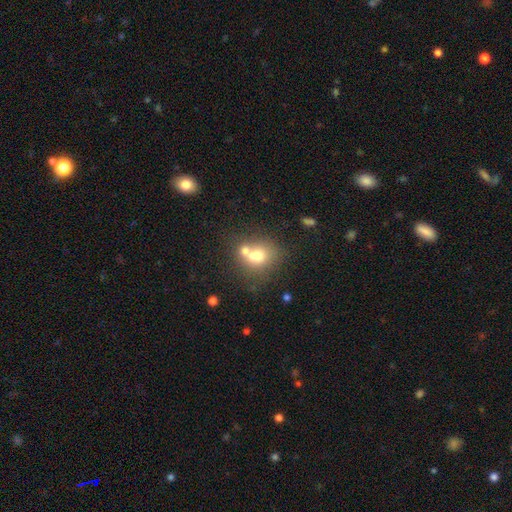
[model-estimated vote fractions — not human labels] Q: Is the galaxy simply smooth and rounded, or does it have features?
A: smooth — 68%.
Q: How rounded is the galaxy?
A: round — 63%.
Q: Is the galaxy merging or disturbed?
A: merger — 46%.